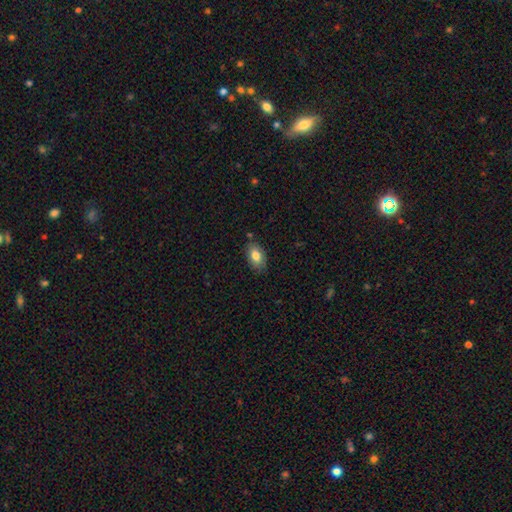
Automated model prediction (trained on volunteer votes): This appears to be a smooth galaxy with no disk features (82%) that is in between round and cigar-shaped (90%). Merging: none (78%).